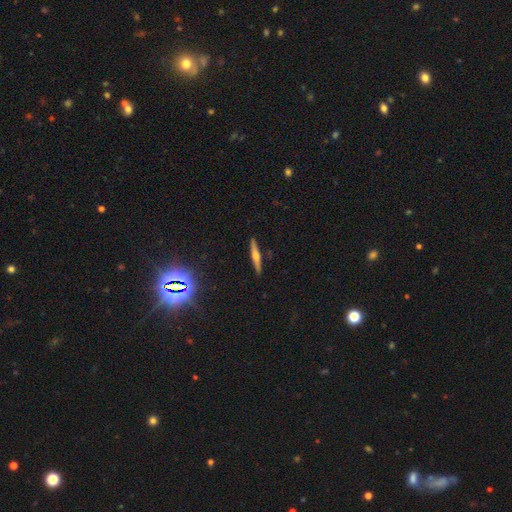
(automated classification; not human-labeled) A featured or disk galaxy (56%) viewed edge-on (97%) with a rounded central bulge (83%).

Vote fractions:
- Smooth or featured? featured or disk: 56% / smooth: 36% / star or artifact: 8%
- Edge-on disk? yes: 97% / no: 3%
- Edge-on bulge? rounded: 83% / none: 10% / boxy: 8%
- Merging? none: 91% / minor disturbance: 6% / major disturbance: 1% / merger: 1%